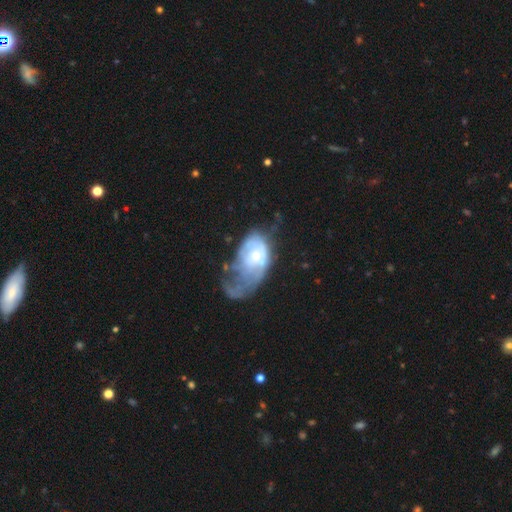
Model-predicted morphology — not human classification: Smooth or featured? Predicted: featured or disk (p=0.64). Edge-on disk? Predicted: no (p=0.96). Bar? Predicted: no (p=0.80). Spiral arms? Predicted: yes (p=0.52). Bulge size? Predicted: small (p=0.49). Merging? Predicted: major disturbance (p=0.55).